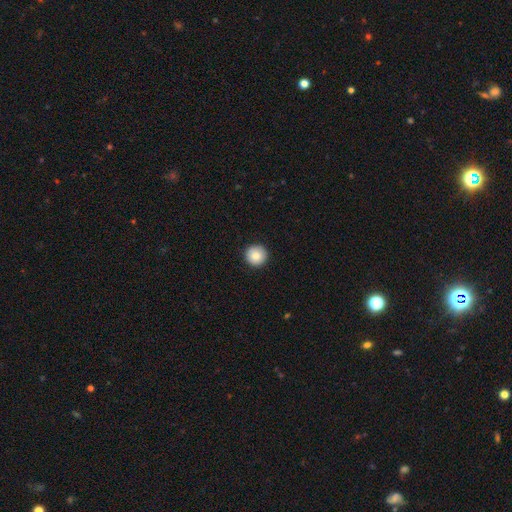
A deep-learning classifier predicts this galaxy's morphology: smooth 87%, star or artifact 8%, featured or disk 5%. Down the decision tree: how rounded — round (96%); merging — none (92%).